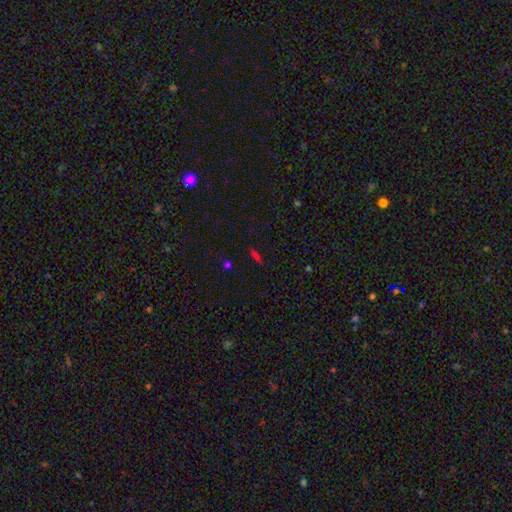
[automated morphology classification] type=smooth (52%); roundness=cigar-shaped (60%); merging=none (83%).